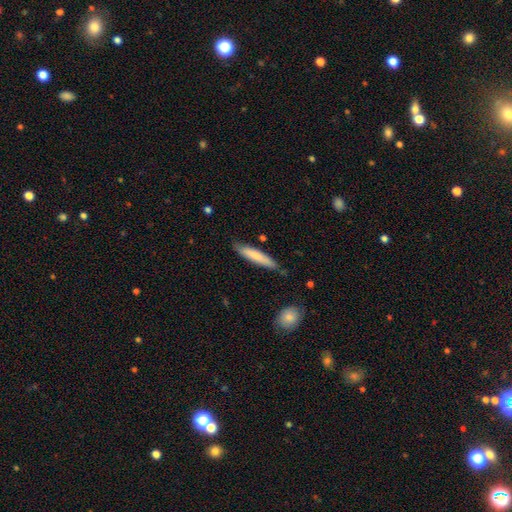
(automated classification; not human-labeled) This appears to be a smooth galaxy with no disk features (76%) that is cigar-shaped (89%). Merging: none (80%).